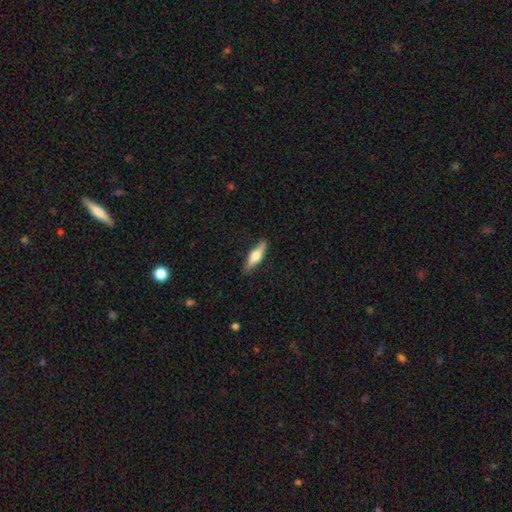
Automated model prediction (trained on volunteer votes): A smooth galaxy with no disk features (57%) that is cigar-shaped (63%). Merging: none (87%).